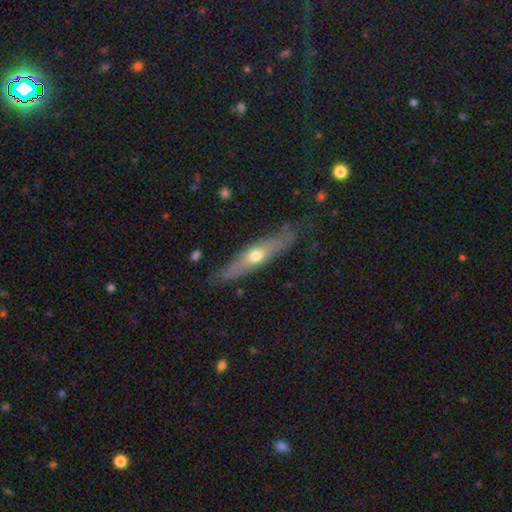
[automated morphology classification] Smooth or featured?
  - featured or disk: 54% *
  - smooth: 39%
  - star or artifact: 6%
Edge-on disk?
  - yes: 70% *
  - no: 30%
Merging?
  - none: 78% *
  - minor disturbance: 15%
  - major disturbance: 4%
  - merger: 2%